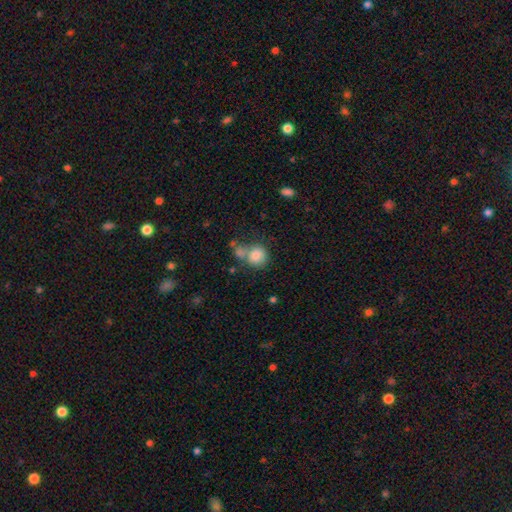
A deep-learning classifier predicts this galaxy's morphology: A smooth galaxy with no disk features (82%) that is round (80%).

Vote fractions:
- Smooth or featured? smooth: 82% / star or artifact: 9% / featured or disk: 9%
- How rounded? round: 80% / in between: 19% / cigar-shaped: 1%
- Merging? none: 48% / merger: 33% / minor disturbance: 13% / major disturbance: 6%